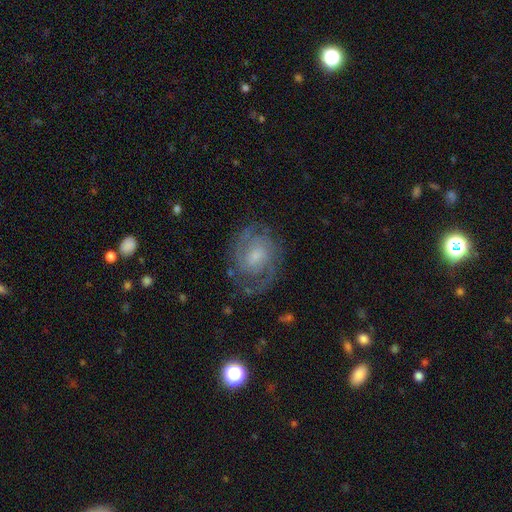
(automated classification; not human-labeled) Smooth or featured: featured or disk — 85% (smooth — 9%)
Edge-on disk: no — 98% (yes — 2%)
Bar: weak — 47% (no — 45%)
Spiral arms: yes — 96% (no — 4%)
Spiral winding: tight — 50% (medium — 41%)
Spiral arm count: 2 — 65% (can't tell — 14%)
Bulge size: small — 45% (moderate — 35%)
Merging: none — 76% (minor disturbance — 15%)